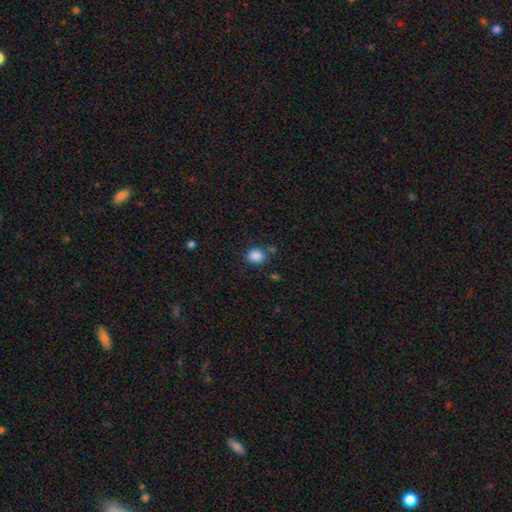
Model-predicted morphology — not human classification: smooth 87%, star or artifact 10%, featured or disk 4%. Down the decision tree: how rounded — round (67%); merging — none (80%).